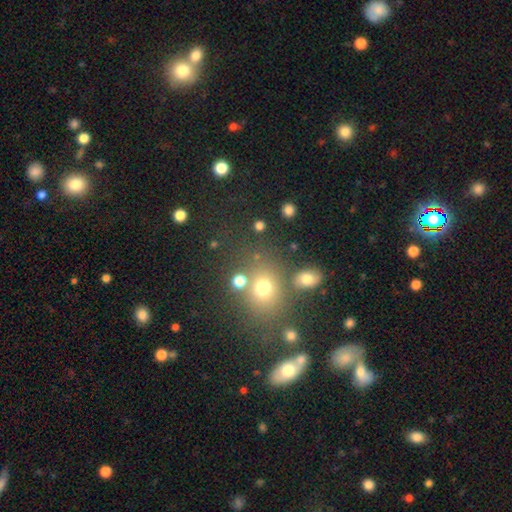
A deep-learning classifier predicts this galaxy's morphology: smooth 49%, star or artifact 40%, featured or disk 12%. Down the decision tree: merging — none (66%).